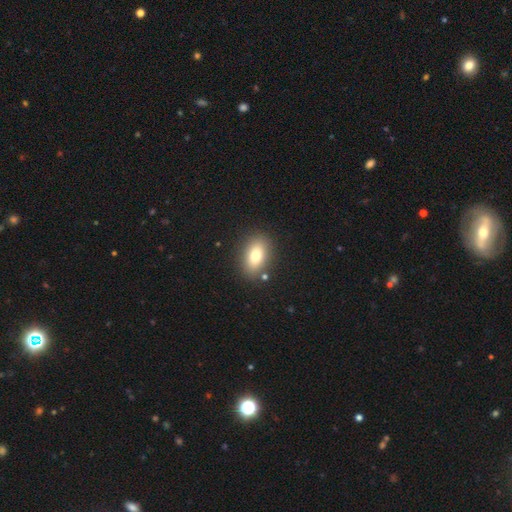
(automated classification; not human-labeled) Smooth or featured? smooth (77%)
How rounded? in between (86%)
Merging? none (85%)